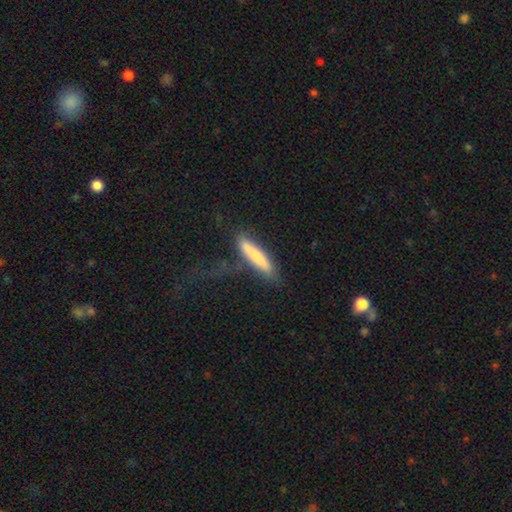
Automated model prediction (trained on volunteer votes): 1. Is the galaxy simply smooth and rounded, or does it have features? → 74% smooth, 20% featured or disk, 6% star or artifact.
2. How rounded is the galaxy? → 88% cigar-shaped, 10% in between, 1% round.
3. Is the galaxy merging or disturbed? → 58% none, 22% minor disturbance, 17% major disturbance, 3% merger.